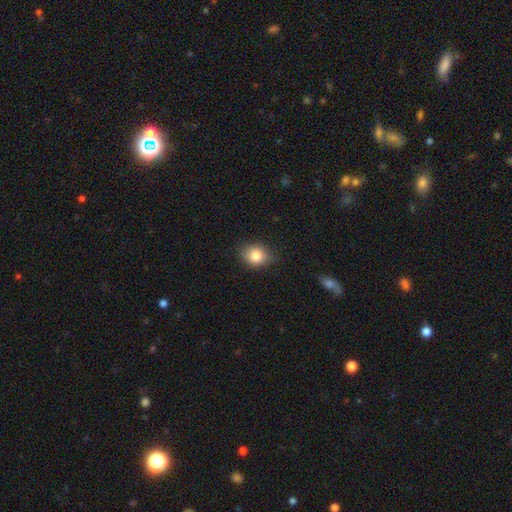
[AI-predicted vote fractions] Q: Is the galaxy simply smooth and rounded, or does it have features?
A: smooth — 83%.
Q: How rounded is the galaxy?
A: round — 53%.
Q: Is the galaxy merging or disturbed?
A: none — 83%.